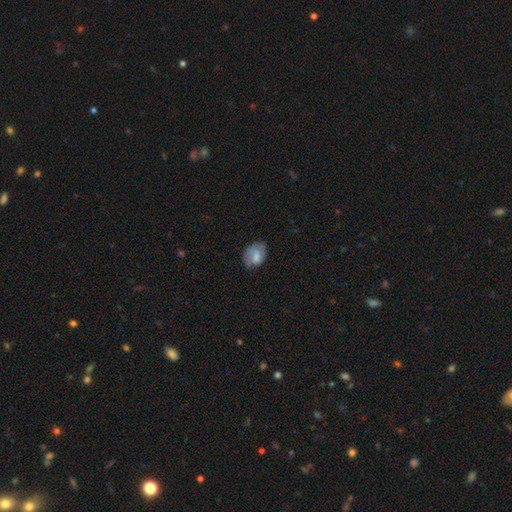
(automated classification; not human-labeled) Overall: smooth (68%). How rounded: in between (74%). Merging: none (58%; minor disturbance 29%).